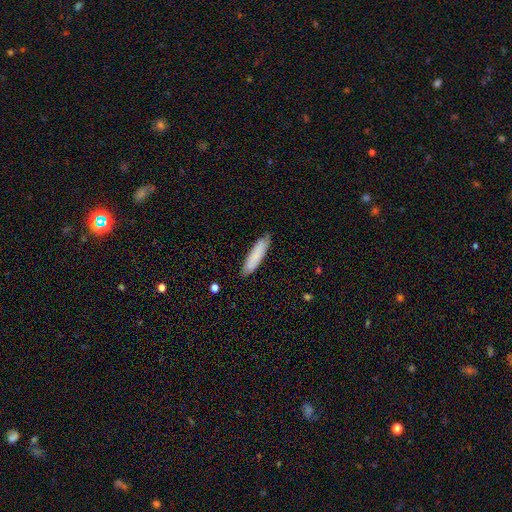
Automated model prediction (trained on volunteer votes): This is clearly a smooth galaxy (82%). How rounded: likely cigar-shaped (72%). Merging: clearly none (82%).